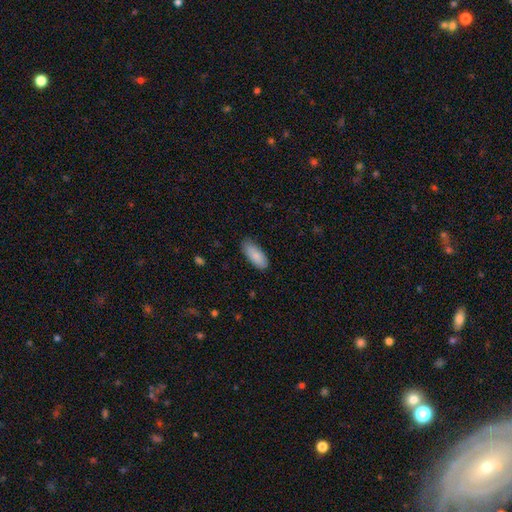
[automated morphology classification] This is clearly a smooth galaxy (86%). How rounded: clearly in between (82%). Merging: clearly none (82%).